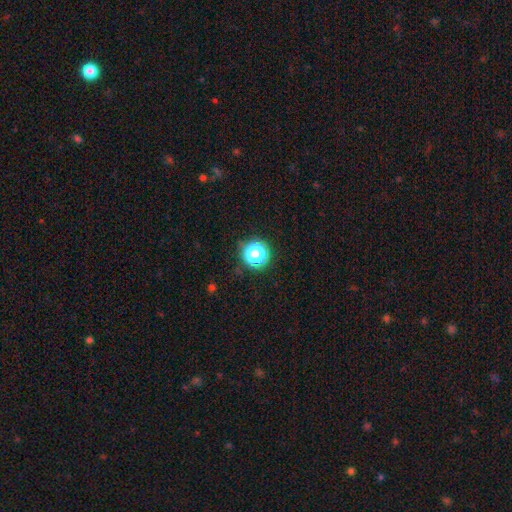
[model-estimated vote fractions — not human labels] This appears to be a smooth galaxy with no disk features (56%) that is round (91%). Merging: none (81%).